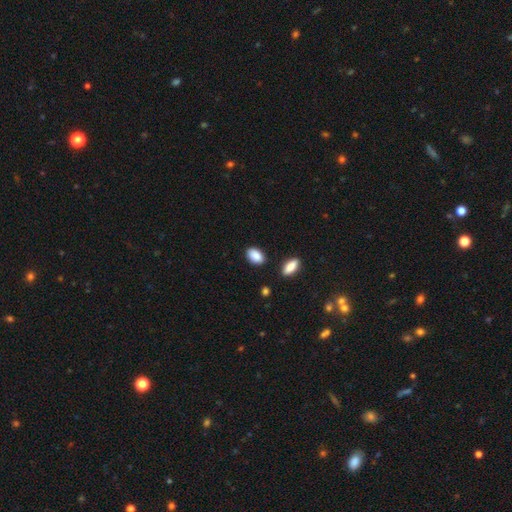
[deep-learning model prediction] A smooth galaxy with no disk features (89%) that is in between round and cigar-shaped (89%).

Vote fractions:
- Smooth or featured? smooth: 89% / star or artifact: 7% / featured or disk: 4%
- How rounded? in between: 89% / round: 9% / cigar-shaped: 2%
- Merging? none: 84% / minor disturbance: 10% / merger: 3% / major disturbance: 2%